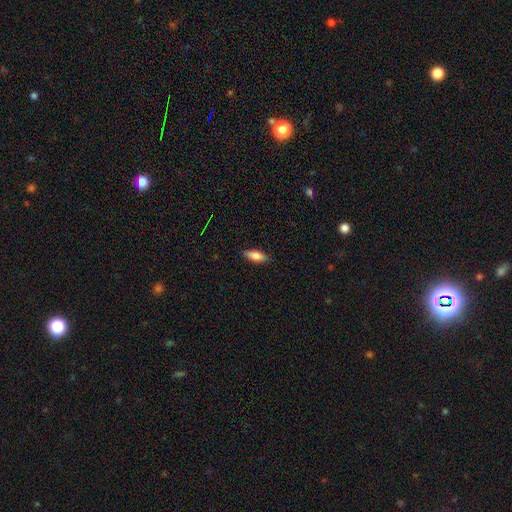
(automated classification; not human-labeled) Smooth or featured? smooth (79%)
How rounded? in between (74%)
Merging? none (85%)